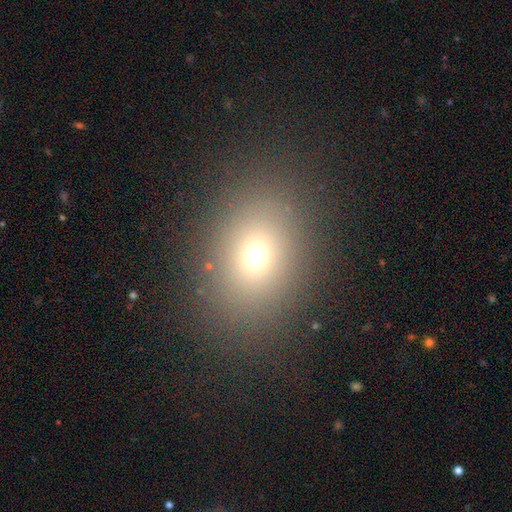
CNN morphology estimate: Overall: smooth (68%). How rounded: in between (56%; round 43%). Merging: none (86%).